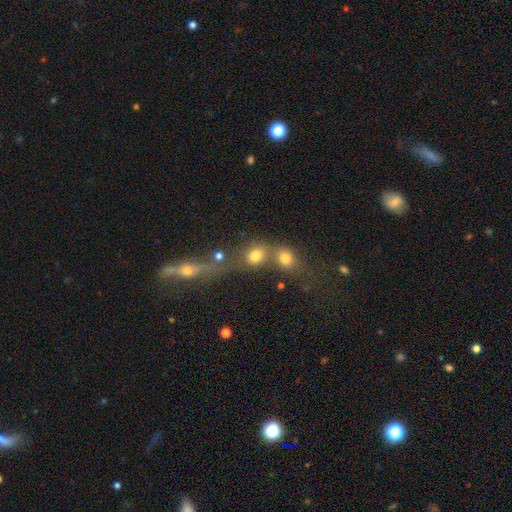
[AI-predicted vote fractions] A smooth galaxy with no disk features (75%) that is round (73%). Merging: merger (48%).